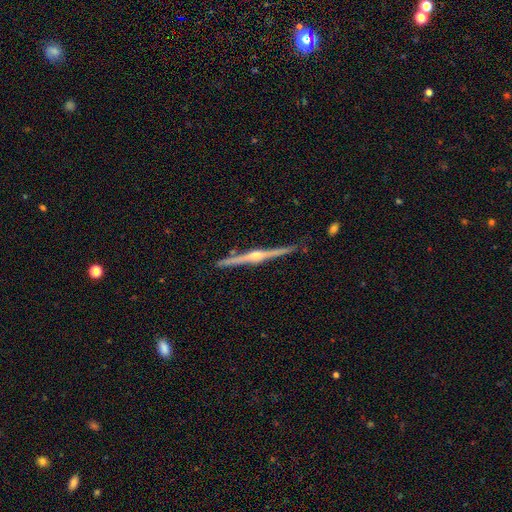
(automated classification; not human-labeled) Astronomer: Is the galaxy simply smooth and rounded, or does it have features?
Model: featured or disk — 87%.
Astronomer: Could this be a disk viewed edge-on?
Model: yes — 99%.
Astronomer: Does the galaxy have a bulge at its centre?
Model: rounded — 91%.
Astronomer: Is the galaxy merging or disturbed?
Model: none — 88%.